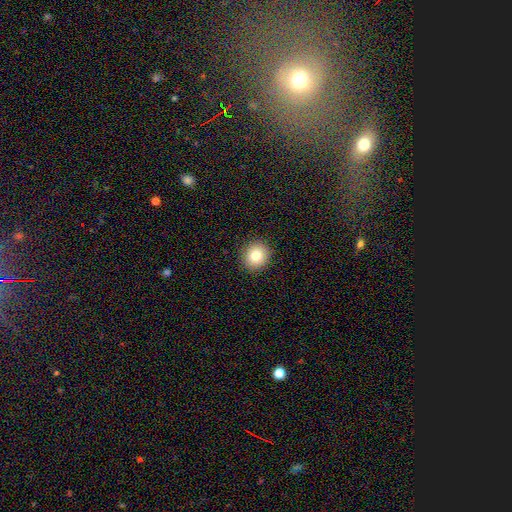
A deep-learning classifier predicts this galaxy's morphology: Smooth or featured: smooth — 80% (star or artifact — 11%)
How rounded: round — 82% (in between — 17%)
Merging: none — 91% (minor disturbance — 6%)